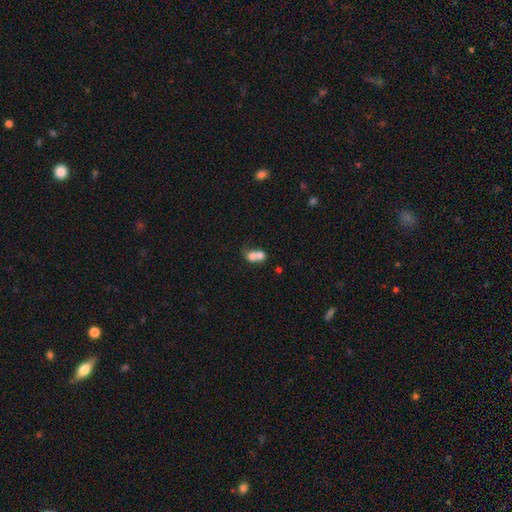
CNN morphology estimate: A smooth galaxy with no disk features (70%) that is round (56%).

Vote fractions:
- Smooth or featured? smooth: 70% / featured or disk: 20% / star or artifact: 10%
- How rounded? round: 56% / in between: 43% / cigar-shaped: 1%
- Merging? merger: 73% / none: 17% / minor disturbance: 5% / major disturbance: 4%